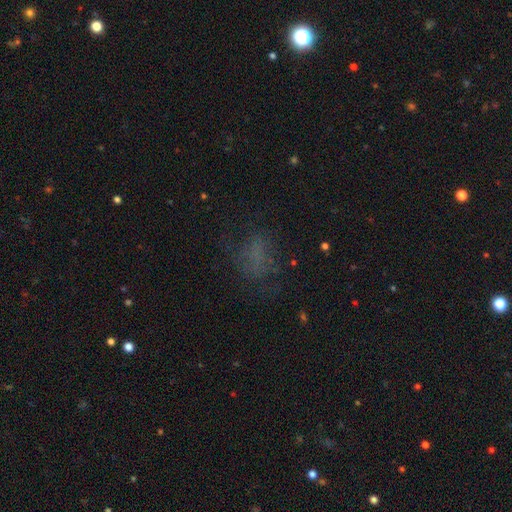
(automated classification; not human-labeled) smooth-or-featured: smooth: 54% | star or artifact: 27% | featured or disk: 19%
  how-rounded: in between: 68% | round: 28% | cigar-shaped: 4%
  merging: none: 57% | major disturbance: 21% | minor disturbance: 20% | merger: 2%